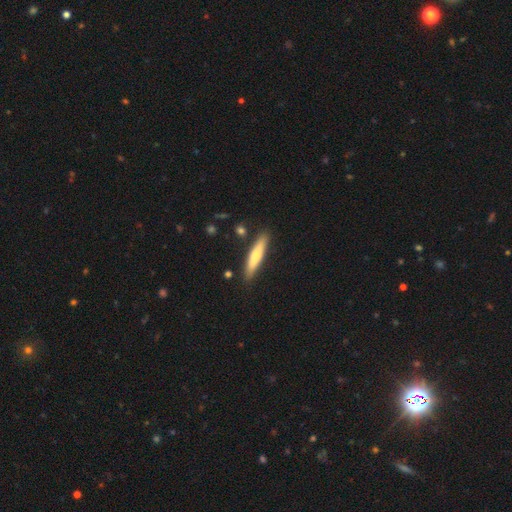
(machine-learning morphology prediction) Overall: smooth (63%; featured or disk 32%). How rounded: cigar-shaped (87%). Merging: none (87%).